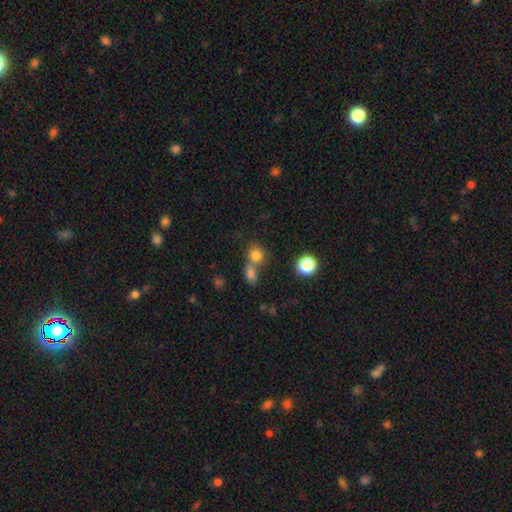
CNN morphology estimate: Smooth or featured? Predicted: smooth (p=0.78). How rounded? Predicted: round (p=0.79). Merging? Predicted: none (p=0.45).